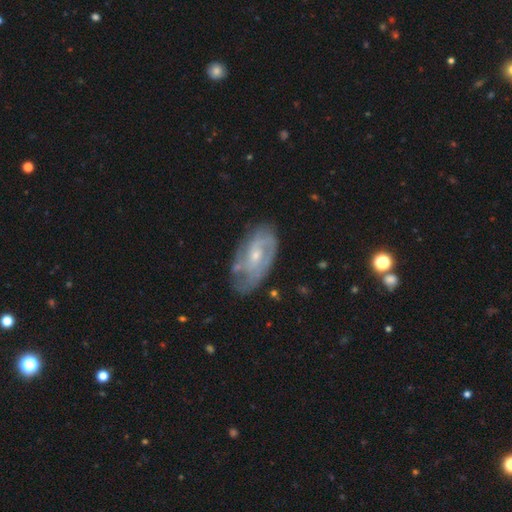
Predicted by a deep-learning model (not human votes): Smooth or featured: featured or disk — 78% (smooth — 16%)
Edge-on disk: no — 95% (yes — 5%)
Bar: no — 59% (weak — 35%)
Spiral arms: yes — 88% (no — 12%)
Spiral winding: tight — 44% (medium — 40%)
Spiral arm count: 2 — 40% (can't tell — 34%)
Bulge size: small — 63% (moderate — 33%)
Merging: none — 65% (minor disturbance — 23%)